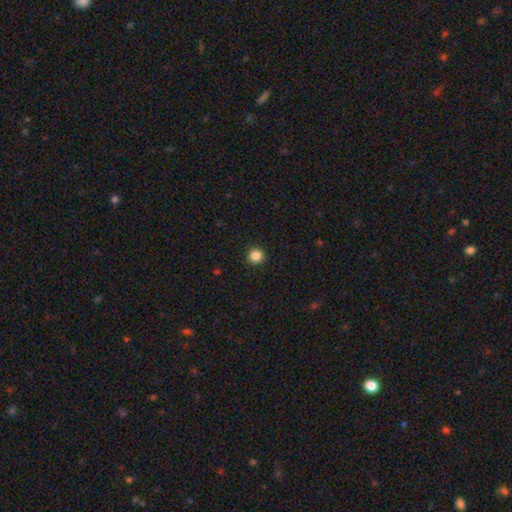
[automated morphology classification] Smooth or featured? Predicted: smooth (p=0.85). How rounded? Predicted: round (p=0.96). Merging? Predicted: none (p=0.94).